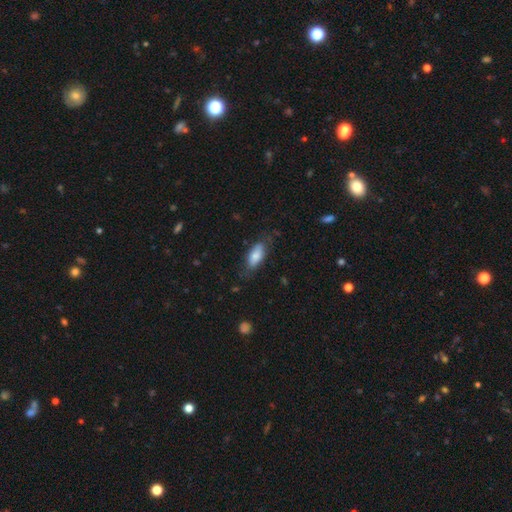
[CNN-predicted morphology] The model was most divided on "merging": none: 69%, minor disturbance: 23%, major disturbance: 7%, merger: 1%. More confident: smooth or featured — smooth (80%); how rounded — in between (79%).